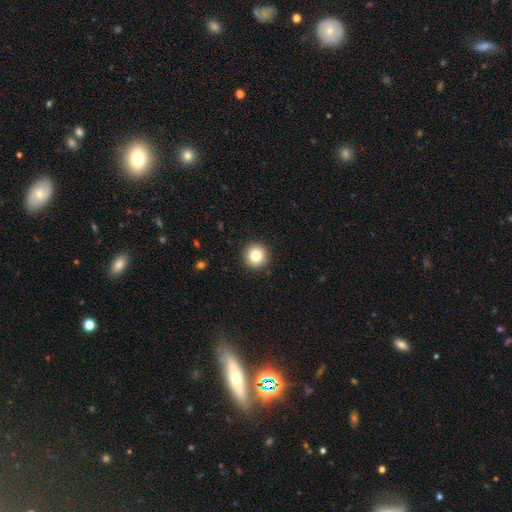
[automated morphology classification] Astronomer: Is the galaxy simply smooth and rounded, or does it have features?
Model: smooth — 83%.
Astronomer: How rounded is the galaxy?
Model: round — 94%.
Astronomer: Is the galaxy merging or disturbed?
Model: none — 92%.